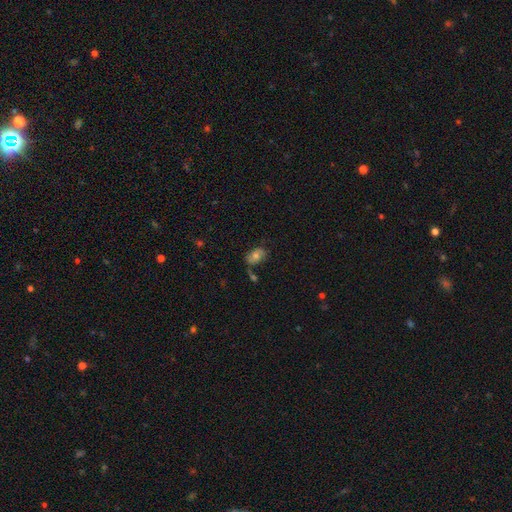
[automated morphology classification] This appears to be a smooth galaxy with no disk features (65%) that is in between round and cigar-shaped (85%). Merging: none (61%).